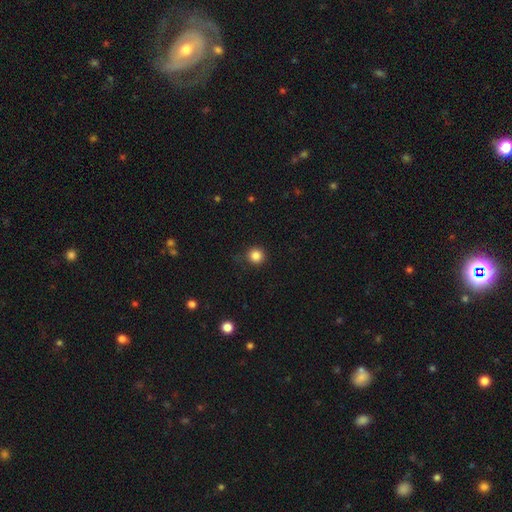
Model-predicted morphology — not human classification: Q: Smooth or featured?
A: smooth (84%); runner-up: star or artifact (11%)
Q: How rounded?
A: round (94%); runner-up: in between (5%)
Q: Merging?
A: none (85%); runner-up: minor disturbance (11%)